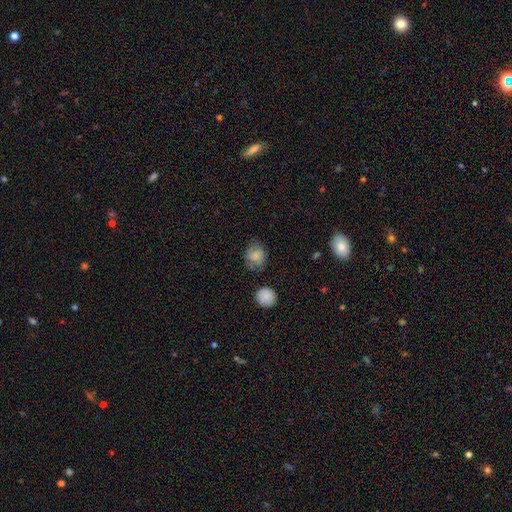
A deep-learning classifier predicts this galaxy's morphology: Q: Smooth or featured?
A: smooth (79%); runner-up: featured or disk (11%)
Q: How rounded?
A: round (64%); runner-up: in between (35%)
Q: Merging?
A: none (65%); runner-up: minor disturbance (24%)